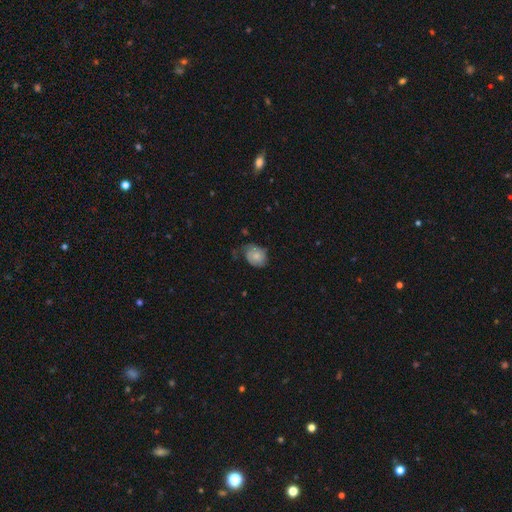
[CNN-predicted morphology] Smooth or featured? smooth (63%)
How rounded? in between (56%)
Merging? none (45%)